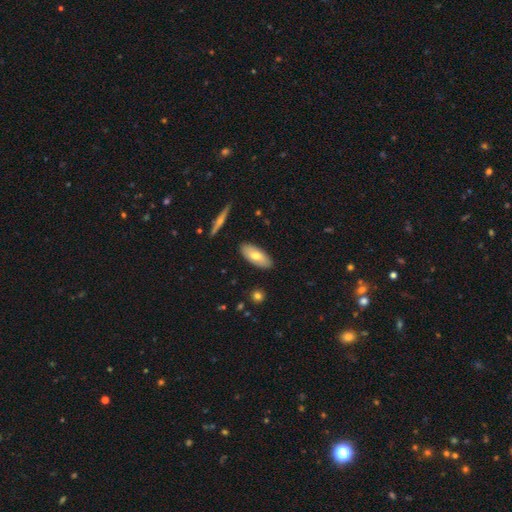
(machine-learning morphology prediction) smooth-or-featured: smooth: 69% | featured or disk: 25% | star or artifact: 6%
  how-rounded: in between: 82% | cigar-shaped: 16% | round: 2%
  merging: none: 87% | minor disturbance: 9% | major disturbance: 2% | merger: 2%